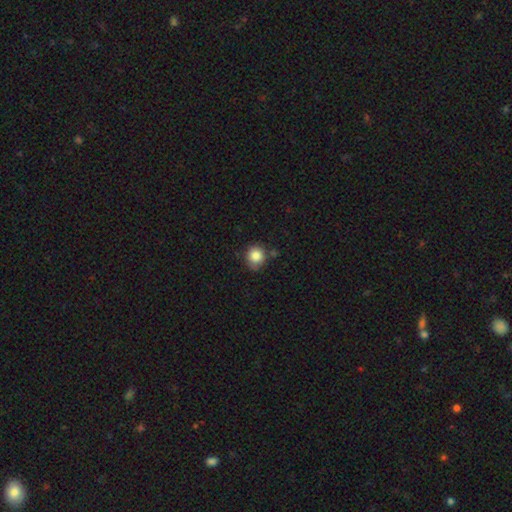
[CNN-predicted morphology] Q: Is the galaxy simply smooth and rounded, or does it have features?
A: smooth — 84%.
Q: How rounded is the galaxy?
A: round — 86%.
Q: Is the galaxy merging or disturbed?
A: none — 73%.